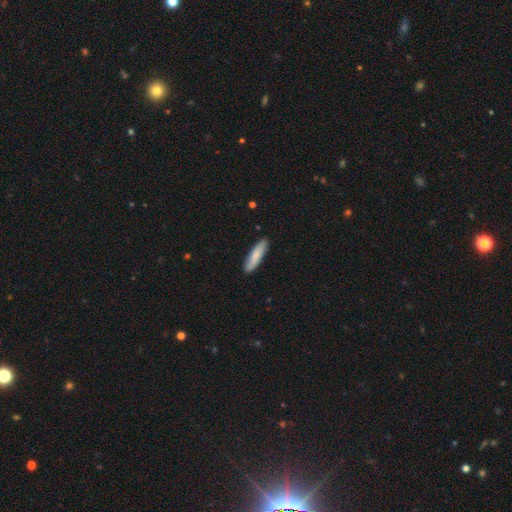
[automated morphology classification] A smooth galaxy with no disk features (80%) that is cigar-shaped (74%). Merging: none (88%).